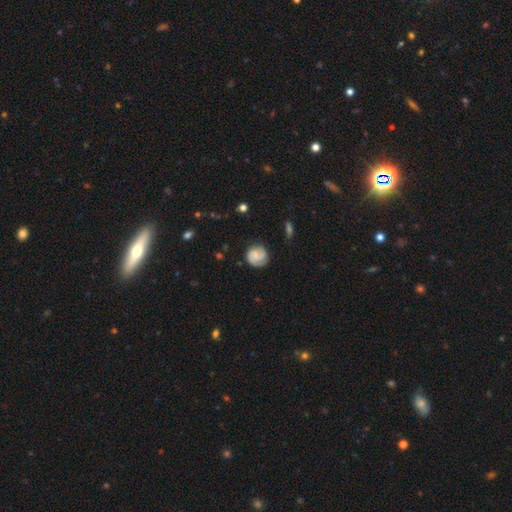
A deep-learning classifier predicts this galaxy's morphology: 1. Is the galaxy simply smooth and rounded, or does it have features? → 59% featured or disk, 34% smooth, 7% star or artifact.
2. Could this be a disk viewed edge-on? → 98% no, 2% yes.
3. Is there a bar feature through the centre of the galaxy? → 65% no, 30% weak, 5% strong.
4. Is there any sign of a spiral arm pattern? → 91% yes, 9% no.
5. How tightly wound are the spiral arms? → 55% tight, 33% medium, 12% loose.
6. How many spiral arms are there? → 51% 2, 18% 1, 16% can't tell, 10% 3, 2% 4, 2% more than 4.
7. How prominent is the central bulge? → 51% small, 24% moderate, 21% none, 2% large, 1% dominant.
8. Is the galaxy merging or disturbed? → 72% none, 19% minor disturbance, 7% major disturbance, 2% merger.